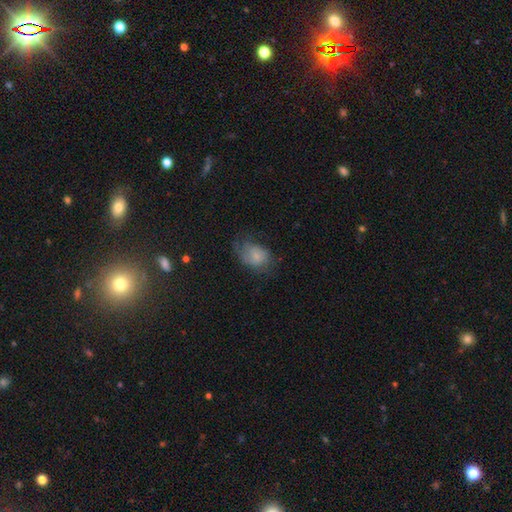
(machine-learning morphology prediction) Smooth or featured: smooth — 57% (featured or disk — 32%)
How rounded: in between — 70% (round — 29%)
Merging: none — 40% (major disturbance — 30%)